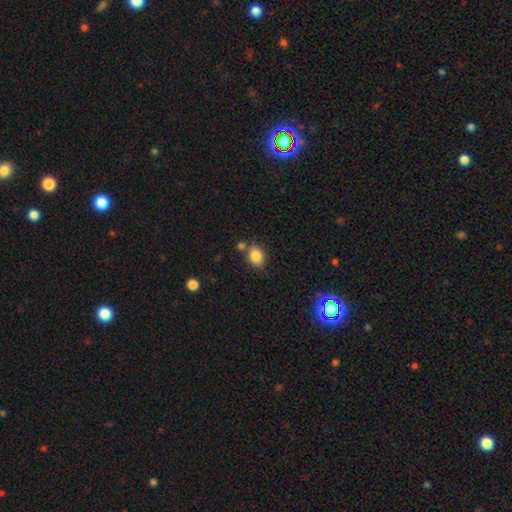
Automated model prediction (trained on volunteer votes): The model was most divided on "how rounded": in between: 56%, round: 43%, cigar-shaped: 1%. More confident: smooth or featured — smooth (84%); merging — none (67%).